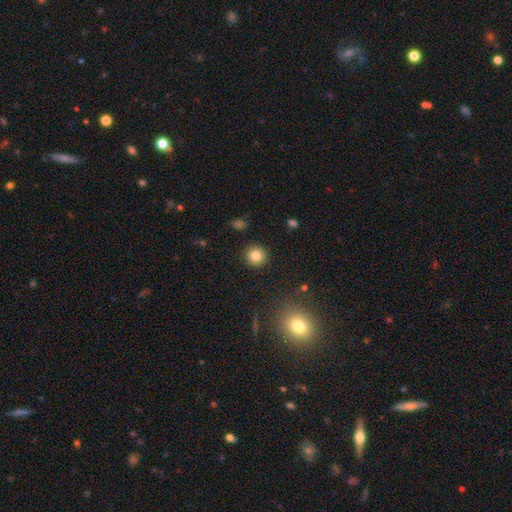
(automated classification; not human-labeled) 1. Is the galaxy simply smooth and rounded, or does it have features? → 83% smooth, 11% star or artifact, 6% featured or disk.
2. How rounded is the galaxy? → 94% round, 5% in between, 1% cigar-shaped.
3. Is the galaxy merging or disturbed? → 92% none, 5% minor disturbance, 2% major disturbance, 1% merger.